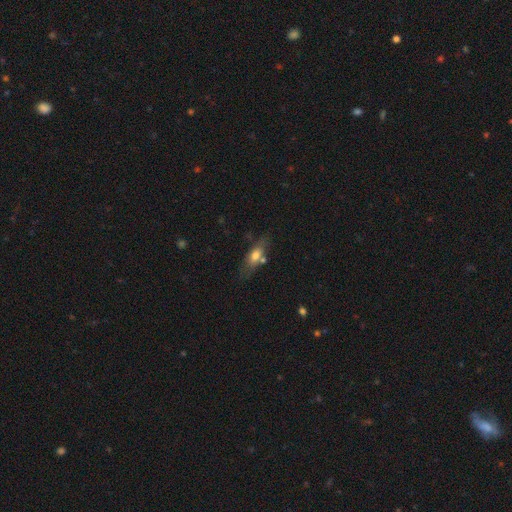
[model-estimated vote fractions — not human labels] Smooth or featured: smooth — 62% (featured or disk — 29%)
How rounded: in between — 67% (cigar-shaped — 28%)
Merging: none — 63% (minor disturbance — 18%)